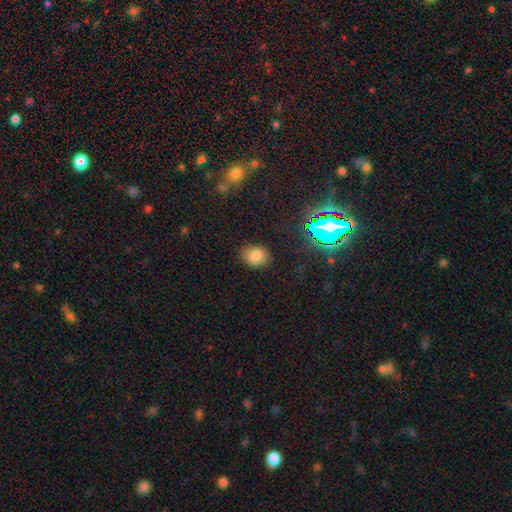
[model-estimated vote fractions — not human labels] The model was most divided on "how rounded": in between: 61%, round: 38%, cigar-shaped: 1%. More confident: merging — none (83%); smooth or featured — smooth (79%).